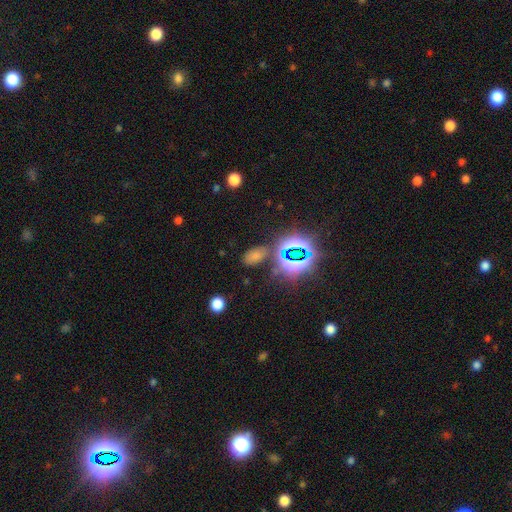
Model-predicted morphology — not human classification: This appears to be a smooth galaxy with no disk features (56%) that is in between round and cigar-shaped (90%). Merging: none (73%).